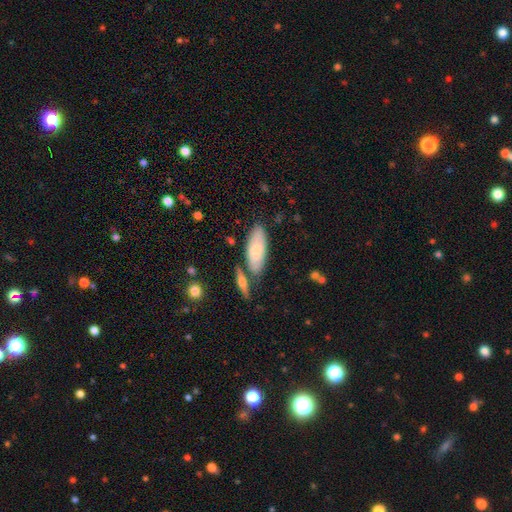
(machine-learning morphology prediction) smooth-or-featured: smooth: 76% | featured or disk: 19% | star or artifact: 6%
  how-rounded: in between: 77% | cigar-shaped: 21% | round: 2%
  merging: none: 64% | minor disturbance: 16% | merger: 16% | major disturbance: 4%